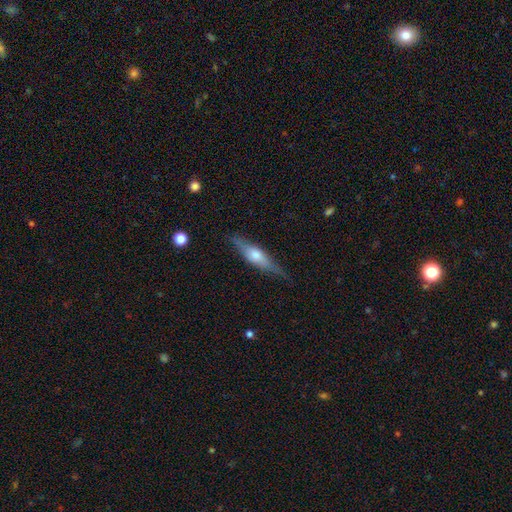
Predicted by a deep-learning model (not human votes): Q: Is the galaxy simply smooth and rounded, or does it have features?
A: featured or disk — 56%.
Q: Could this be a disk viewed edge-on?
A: yes — 92%.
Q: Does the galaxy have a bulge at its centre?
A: rounded — 84%.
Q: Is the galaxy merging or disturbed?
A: none — 79%.